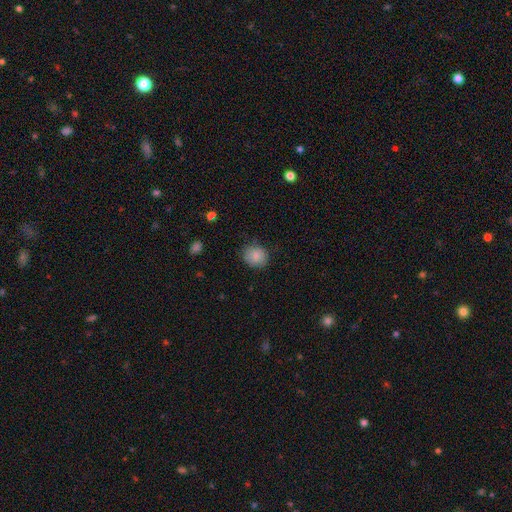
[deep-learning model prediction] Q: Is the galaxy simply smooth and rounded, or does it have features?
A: smooth — 86%.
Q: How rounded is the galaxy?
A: round — 70%.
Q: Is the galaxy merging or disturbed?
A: none — 79%.